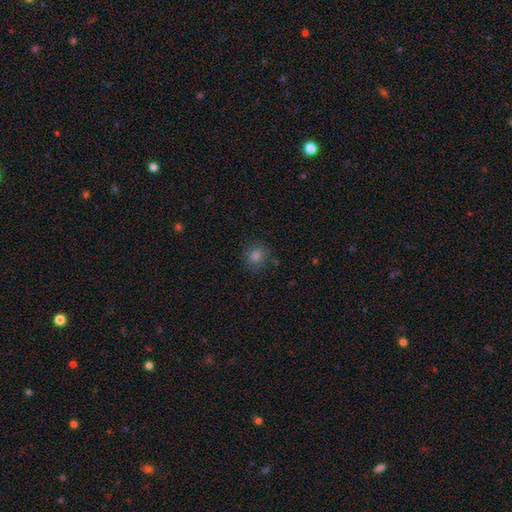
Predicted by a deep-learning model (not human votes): A smooth galaxy with no disk features (76%) that is round (84%).

Vote fractions:
- Smooth or featured? smooth: 76% / star or artifact: 18% / featured or disk: 5%
- How rounded? round: 84% / in between: 15% / cigar-shaped: 1%
- Merging? none: 85% / minor disturbance: 11% / major disturbance: 3% / merger: 2%